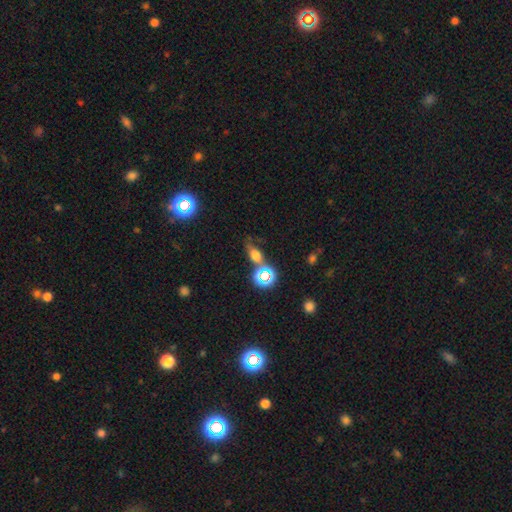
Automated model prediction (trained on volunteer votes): Smooth or featured? Predicted: smooth (p=0.53). How rounded? Predicted: in between (p=0.61). Merging? Predicted: none (p=0.55).